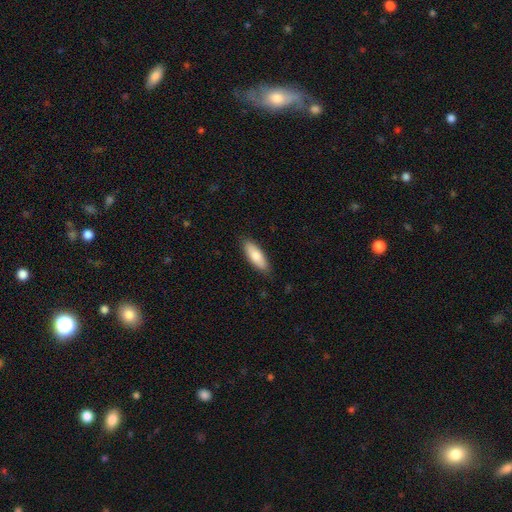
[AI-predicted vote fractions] Overall: smooth (80%). How rounded: in between (65%; cigar-shaped 34%). Merging: none (87%).